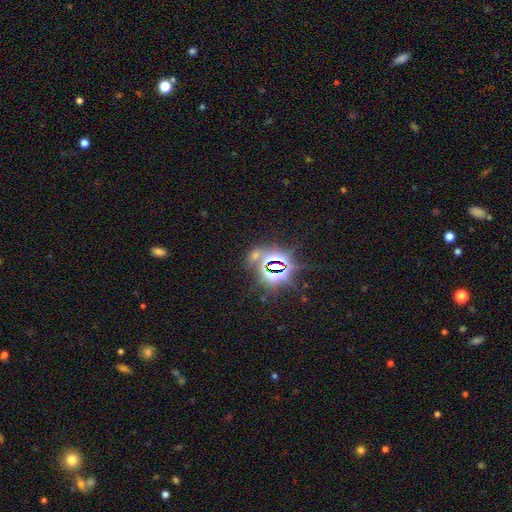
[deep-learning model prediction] star or artifact 75%, smooth 17%, featured or disk 8%.